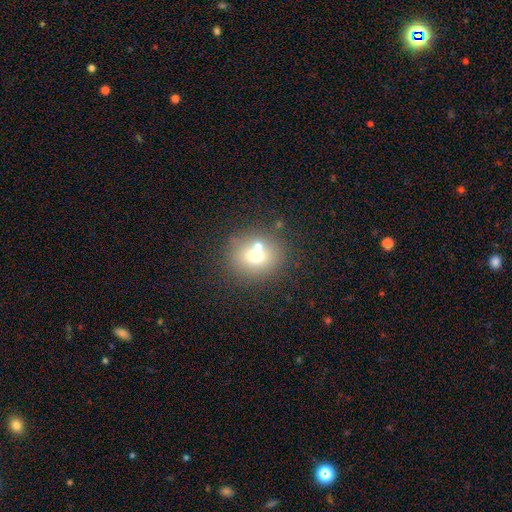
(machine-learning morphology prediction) A smooth galaxy with no disk features (67%) that is round (80%). Merging: none (62%).